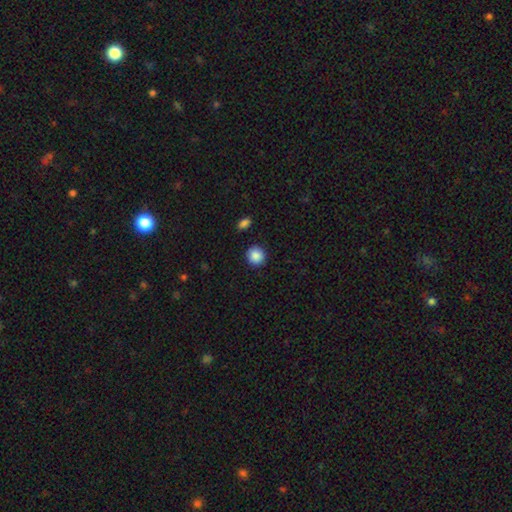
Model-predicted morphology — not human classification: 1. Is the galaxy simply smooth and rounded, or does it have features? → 89% smooth, 8% star or artifact, 3% featured or disk.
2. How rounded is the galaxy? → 91% round, 8% in between, 1% cigar-shaped.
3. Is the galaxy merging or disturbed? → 91% none, 6% minor disturbance, 2% major disturbance, 1% merger.